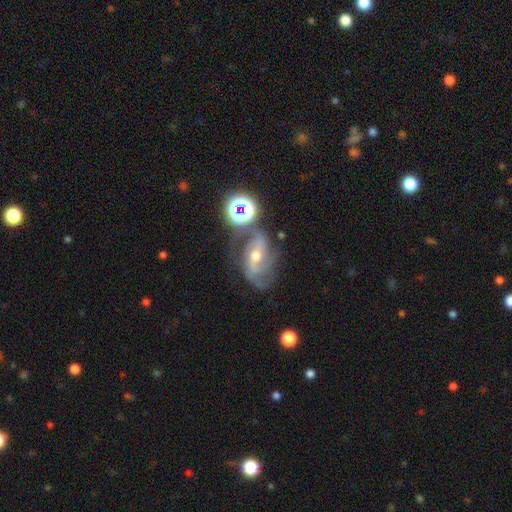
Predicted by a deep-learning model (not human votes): Smooth or featured?
  - featured or disk: 73% *
  - star or artifact: 14%
  - smooth: 12%
Edge-on disk?
  - no: 95% *
  - yes: 5%
Bar?
  - weak: 37% *
  - no: 36%
  - strong: 27%
Spiral arms?
  - yes: 90% *
  - no: 10%
Spiral winding?
  - medium: 41% *
  - loose: 37%
  - tight: 22%
Spiral arm count?
  - 2: 61% *
  - can't tell: 18%
  - 3: 10%
  - 1: 6%
  - 4: 3%
  - more than 4: 2%
Bulge size?
  - moderate: 60% *
  - small: 35%
  - large: 3%
  - none: 1%
  - dominant: 1%
Merging?
  - none: 50% *
  - minor disturbance: 21%
  - major disturbance: 18%
  - merger: 11%